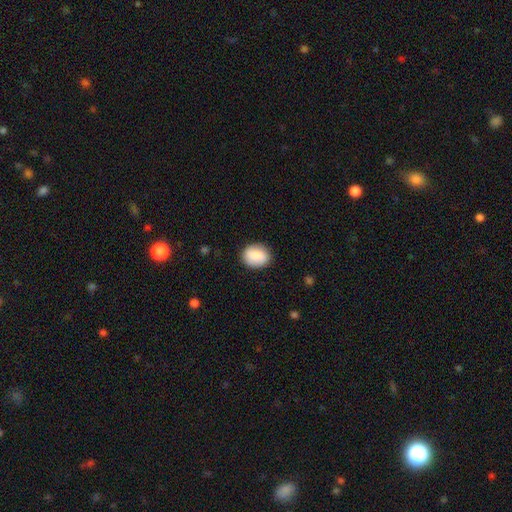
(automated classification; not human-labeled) Smooth or featured?
  - smooth: 85% *
  - featured or disk: 8%
  - star or artifact: 7%
How rounded?
  - round: 55% *
  - in between: 44%
  - cigar-shaped: 1%
Merging?
  - none: 86% *
  - minor disturbance: 11%
  - major disturbance: 3%
  - merger: 1%